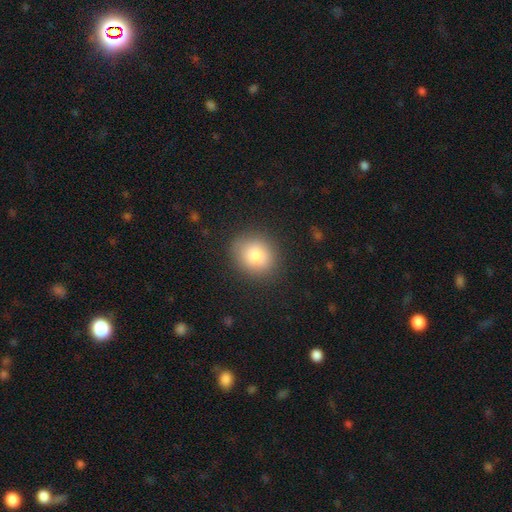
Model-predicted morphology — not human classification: This is clearly a smooth galaxy (82%). How rounded: likely round (65%). Merging: clearly none (87%).